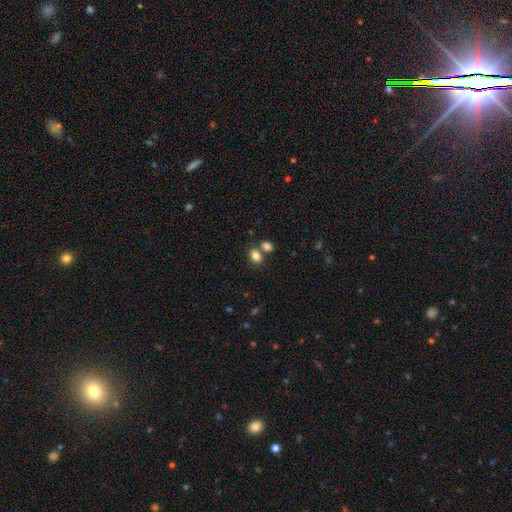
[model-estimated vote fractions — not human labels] Smooth or featured?
  - smooth: 83% *
  - star or artifact: 10%
  - featured or disk: 7%
How rounded?
  - in between: 76% *
  - round: 23%
  - cigar-shaped: 1%
Merging?
  - none: 55% *
  - merger: 31%
  - minor disturbance: 10%
  - major disturbance: 4%